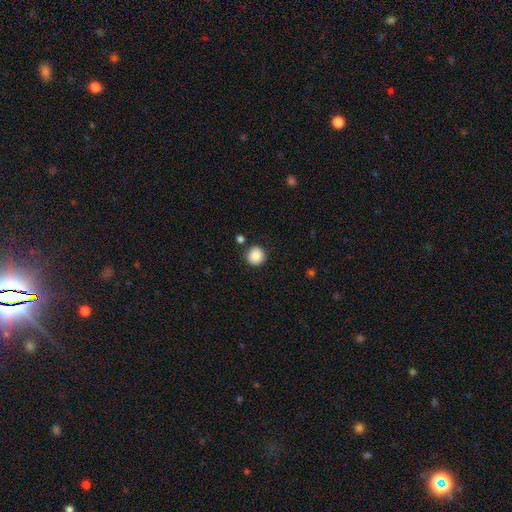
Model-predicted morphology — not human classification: This appears to be a smooth galaxy with no disk features (87%) that is round (95%). Merging: none (89%).